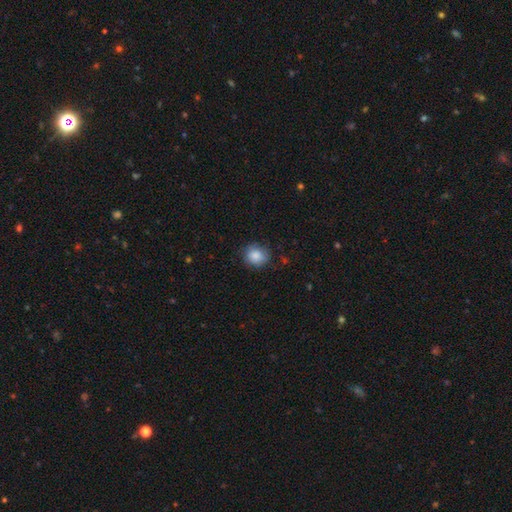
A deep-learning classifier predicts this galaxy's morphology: Smooth or featured?
  - smooth: 85% *
  - star or artifact: 8%
  - featured or disk: 7%
How rounded?
  - round: 77% *
  - in between: 22%
  - cigar-shaped: 1%
Merging?
  - none: 76% *
  - minor disturbance: 18%
  - major disturbance: 4%
  - merger: 1%